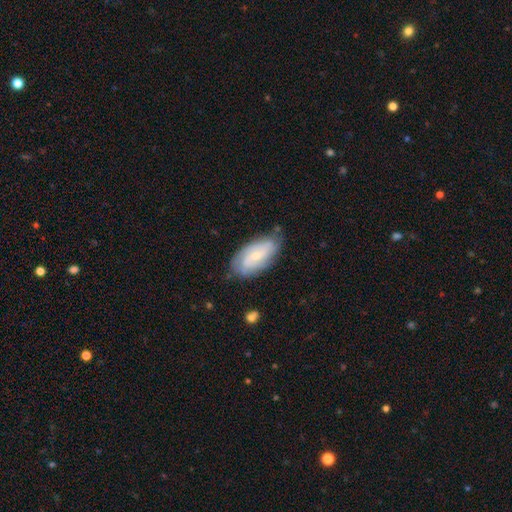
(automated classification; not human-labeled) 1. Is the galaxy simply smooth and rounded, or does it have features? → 66% featured or disk, 28% smooth, 6% star or artifact.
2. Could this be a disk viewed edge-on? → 94% no, 6% yes.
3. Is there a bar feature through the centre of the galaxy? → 44% weak, 42% no, 14% strong.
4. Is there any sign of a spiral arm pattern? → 89% yes, 11% no.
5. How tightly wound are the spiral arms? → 44% tight, 39% medium, 17% loose.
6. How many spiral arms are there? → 47% 2, 30% can't tell, 13% 3, 4% 4, 3% 1, 3% more than 4.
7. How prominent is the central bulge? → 65% small, 30% moderate, 3% none, 2% large, 1% dominant.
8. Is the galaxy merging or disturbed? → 73% none, 21% minor disturbance, 5% major disturbance, 2% merger.